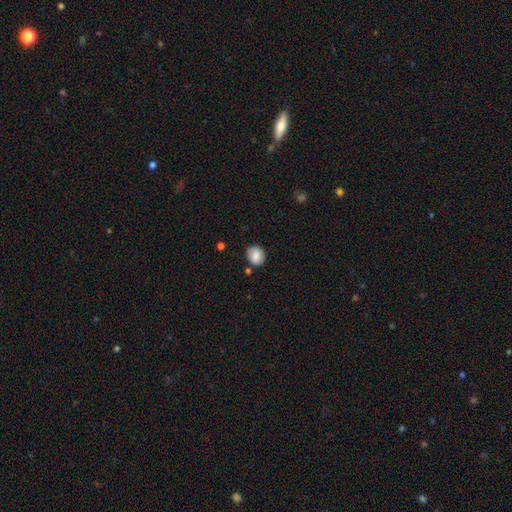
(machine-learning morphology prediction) Smooth or featured: smooth — 81% (featured or disk — 11%)
How rounded: round — 67% (in between — 33%)
Merging: none — 77% (minor disturbance — 15%)